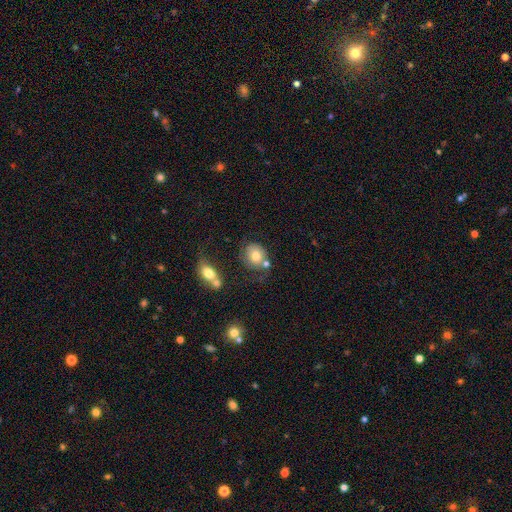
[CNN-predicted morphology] Smooth or featured? Predicted: smooth (p=0.71). How rounded? Predicted: round (p=0.73). Merging? Predicted: none (p=0.49).